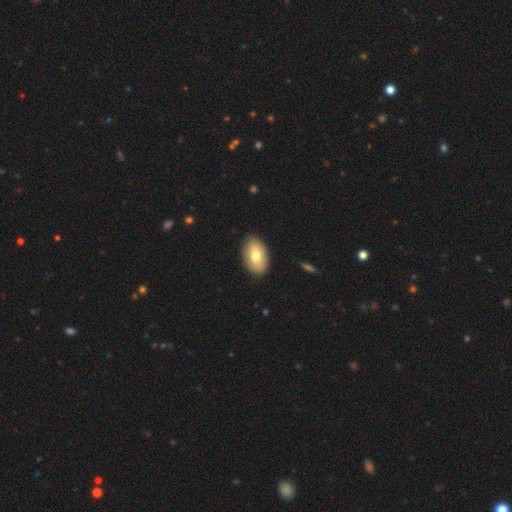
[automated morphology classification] type=smooth (73%); roundness=in between (91%); merging=none (89%).